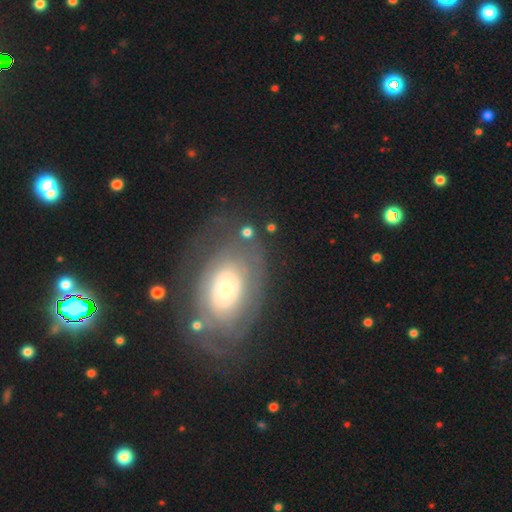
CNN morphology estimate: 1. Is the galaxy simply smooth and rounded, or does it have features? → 58% featured or disk, 29% smooth, 13% star or artifact.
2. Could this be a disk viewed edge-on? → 94% no, 6% yes.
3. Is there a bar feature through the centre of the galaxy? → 82% no, 13% weak, 4% strong.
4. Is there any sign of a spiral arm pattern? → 62% yes, 38% no.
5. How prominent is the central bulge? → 37% moderate, 34% small, 22% large, 4% dominant, 3% none.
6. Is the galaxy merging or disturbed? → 76% none, 14% minor disturbance, 9% major disturbance, 2% merger.